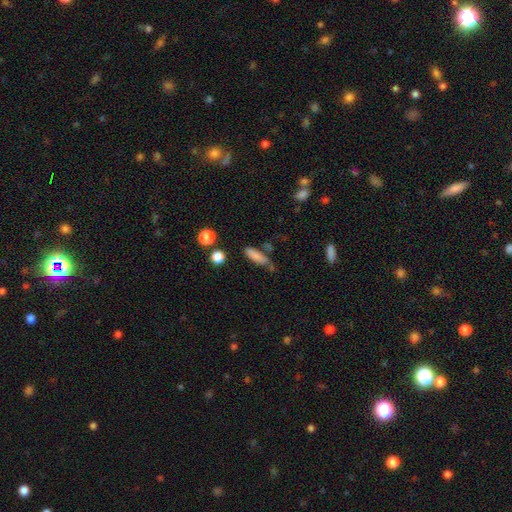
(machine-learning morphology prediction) Smooth or featured?
  - smooth: 82% *
  - featured or disk: 9%
  - star or artifact: 9%
How rounded?
  - in between: 52% *
  - cigar-shaped: 44%
  - round: 4%
Merging?
  - none: 62% *
  - minor disturbance: 22%
  - merger: 9%
  - major disturbance: 6%